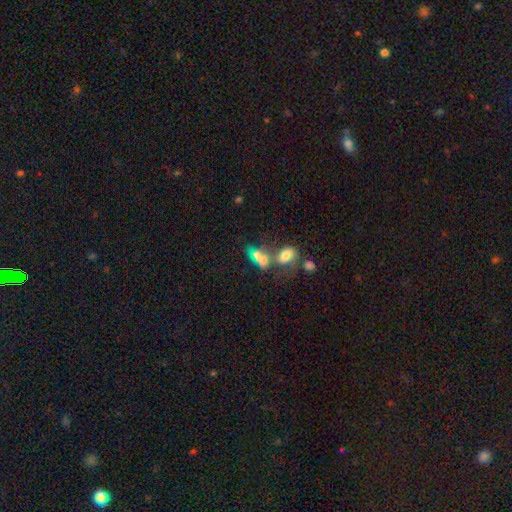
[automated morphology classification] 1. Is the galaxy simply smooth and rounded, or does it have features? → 58% smooth, 25% featured or disk, 17% star or artifact.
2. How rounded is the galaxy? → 76% in between, 17% round, 7% cigar-shaped.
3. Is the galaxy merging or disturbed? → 58% merger, 20% none, 12% major disturbance, 10% minor disturbance.